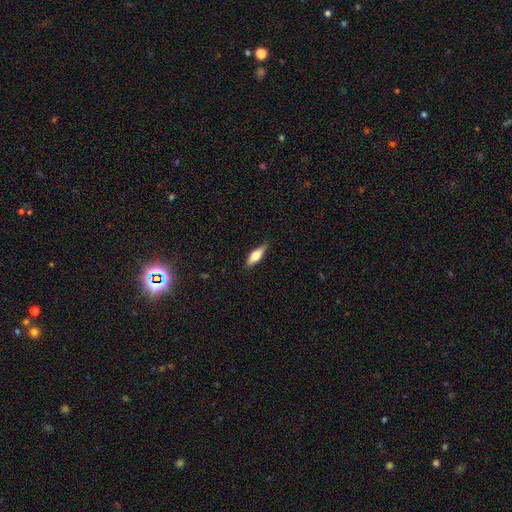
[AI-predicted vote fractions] smooth 54%, featured or disk 40%, star or artifact 6%. Down the decision tree: how rounded — in between (50%); merging — none (85%).